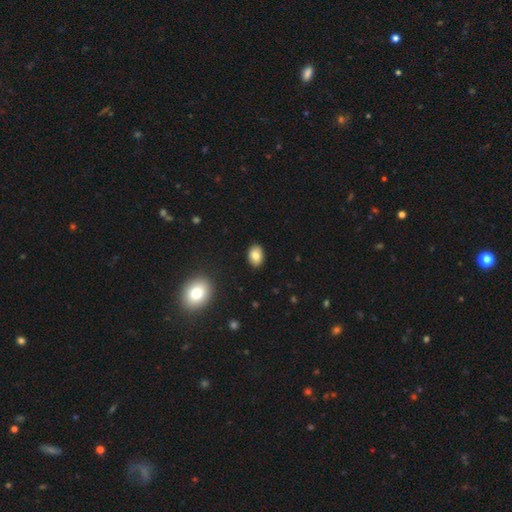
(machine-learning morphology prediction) This appears to be a smooth galaxy with no disk features (83%) that is in between round and cigar-shaped (76%). Merging: none (89%).